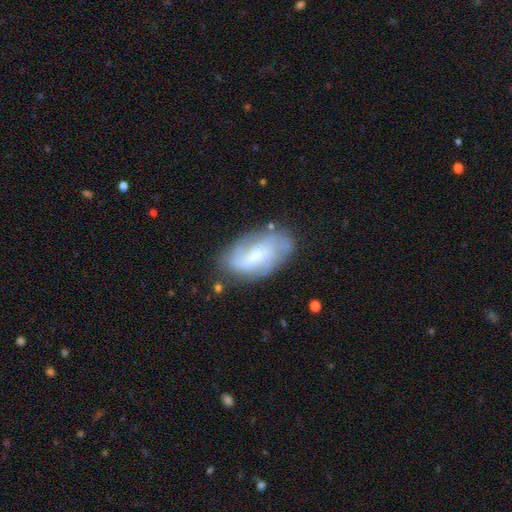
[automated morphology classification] Smooth or featured?
  - featured or disk: 58% *
  - smooth: 34%
  - star or artifact: 8%
Edge-on disk?
  - no: 94% *
  - yes: 6%
Bar?
  - no: 43% *
  - weak: 42%
  - strong: 15%
Spiral arms?
  - yes: 82% *
  - no: 18%
Bulge size?
  - moderate: 37% *
  - small: 28%
  - large: 16%
  - none: 16%
  - dominant: 3%
Merging?
  - none: 69% *
  - minor disturbance: 20%
  - major disturbance: 8%
  - merger: 3%